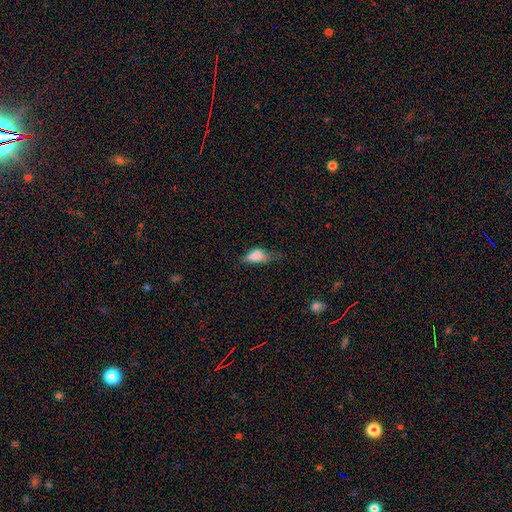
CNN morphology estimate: Overall: smooth (66%). How rounded: in between (80%). Merging: major disturbance (34%; minor disturbance 31%).